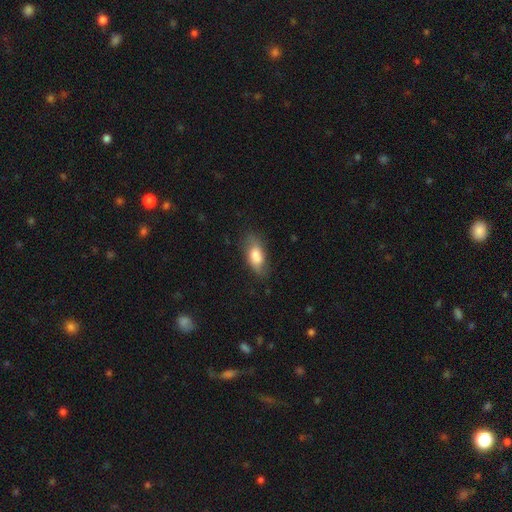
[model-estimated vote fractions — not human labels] A smooth galaxy with no disk features (77%) that is in between round and cigar-shaped (85%).

Vote fractions:
- Smooth or featured? smooth: 77% / featured or disk: 17% / star or artifact: 7%
- How rounded? in between: 85% / cigar-shaped: 11% / round: 4%
- Merging? none: 68% / minor disturbance: 24% / major disturbance: 7% / merger: 2%